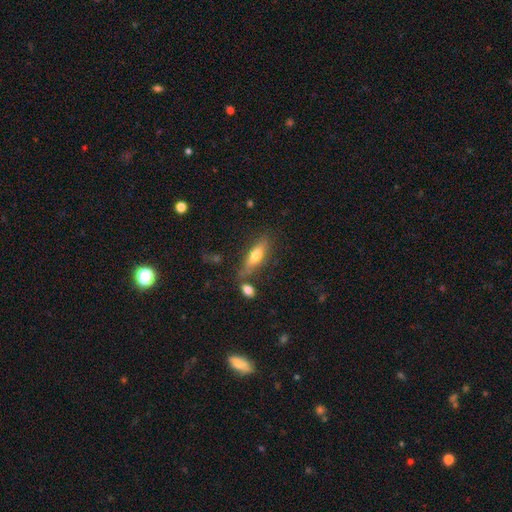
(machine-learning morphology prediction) smooth 61%, featured or disk 32%, star or artifact 7%. Down the decision tree: how rounded — cigar-shaped (57%); merging — none (70%).